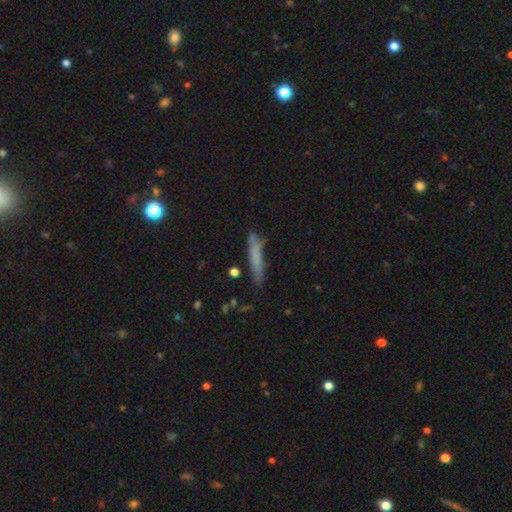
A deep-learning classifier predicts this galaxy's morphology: Smooth or featured: smooth — 68% (featured or disk — 22%)
How rounded: cigar-shaped — 91% (in between — 7%)
Merging: none — 75% (minor disturbance — 17%)